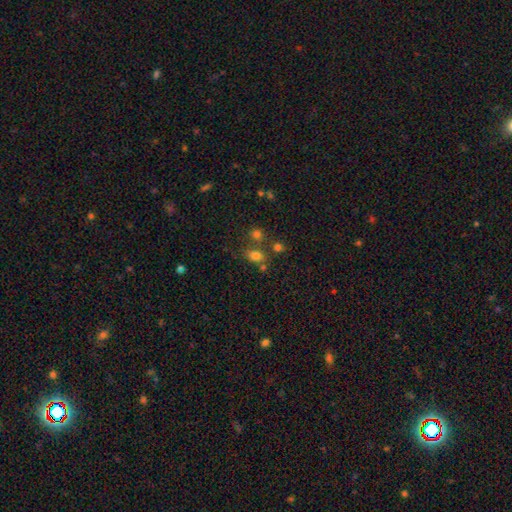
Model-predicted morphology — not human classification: smooth 74%, star or artifact 18%, featured or disk 8%. Down the decision tree: how rounded — in between (63%); merging — none (60%).